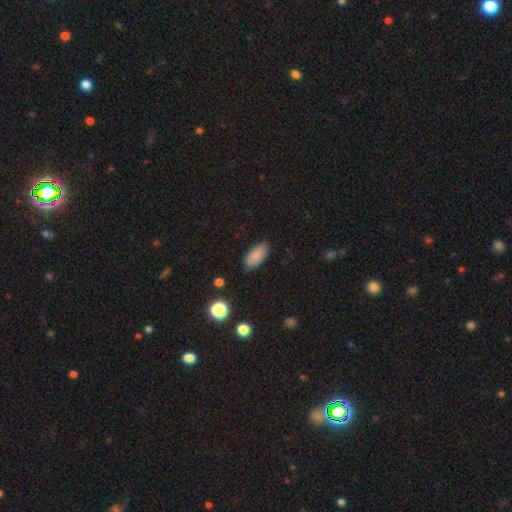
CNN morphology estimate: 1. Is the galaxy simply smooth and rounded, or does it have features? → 86% smooth, 8% star or artifact, 6% featured or disk.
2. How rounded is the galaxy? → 91% in between, 7% cigar-shaped, 3% round.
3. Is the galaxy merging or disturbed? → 81% none, 15% minor disturbance, 3% major disturbance, 1% merger.